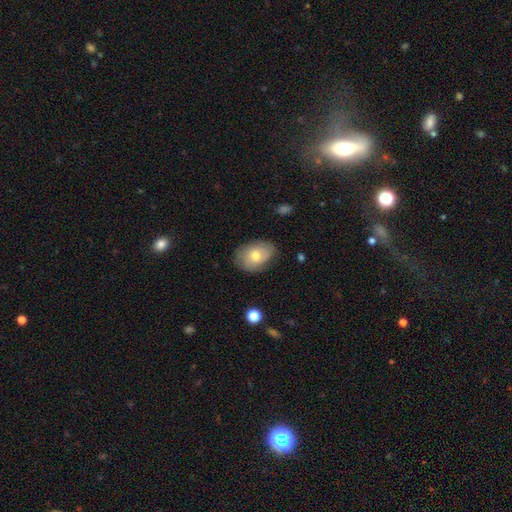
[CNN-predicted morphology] Overall: smooth (68%). How rounded: in between (78%). Merging: none (74%).